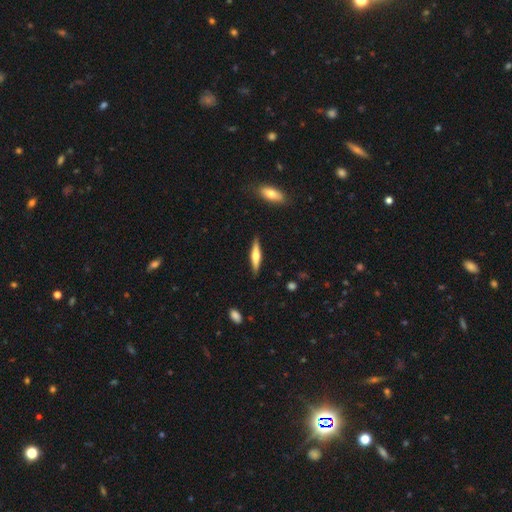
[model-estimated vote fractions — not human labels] Smooth or featured?
  - featured or disk: 55% *
  - smooth: 39%
  - star or artifact: 6%
Edge-on disk?
  - yes: 96% *
  - no: 4%
Edge-on bulge?
  - rounded: 87% *
  - boxy: 8%
  - none: 5%
Merging?
  - none: 88% *
  - minor disturbance: 8%
  - major disturbance: 2%
  - merger: 2%